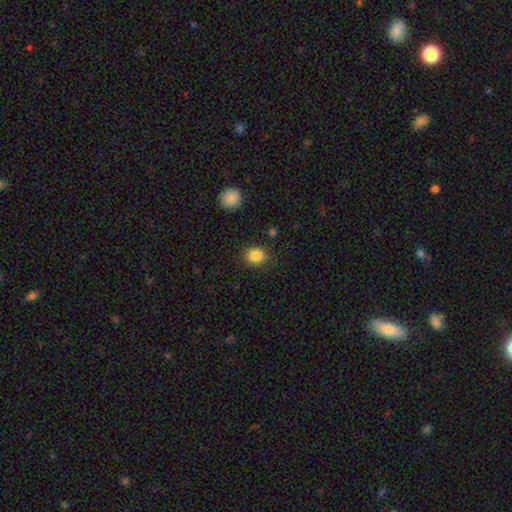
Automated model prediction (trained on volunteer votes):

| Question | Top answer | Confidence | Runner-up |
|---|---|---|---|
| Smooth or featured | smooth | 86% | star or artifact (9%) |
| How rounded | round | 73% | in between (26%) |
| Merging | none | 87% | minor disturbance (8%) |